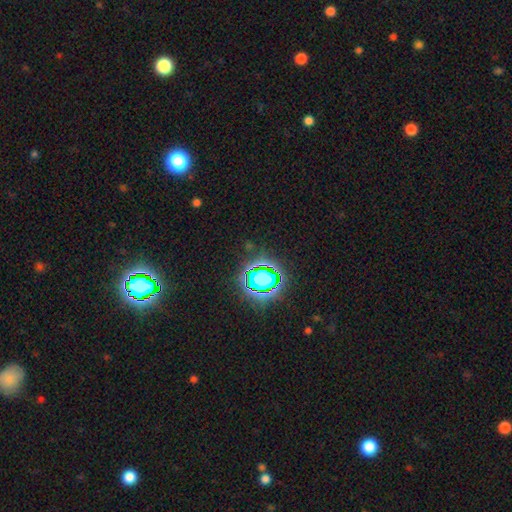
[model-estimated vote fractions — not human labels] This appears to be a star or artifact, not a galaxy (80%).